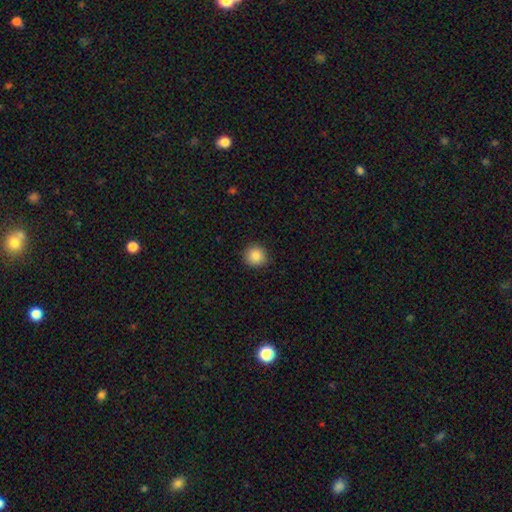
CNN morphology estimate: Smooth or featured? Predicted: smooth (p=0.87). How rounded? Predicted: round (p=0.93). Merging? Predicted: none (p=0.90).